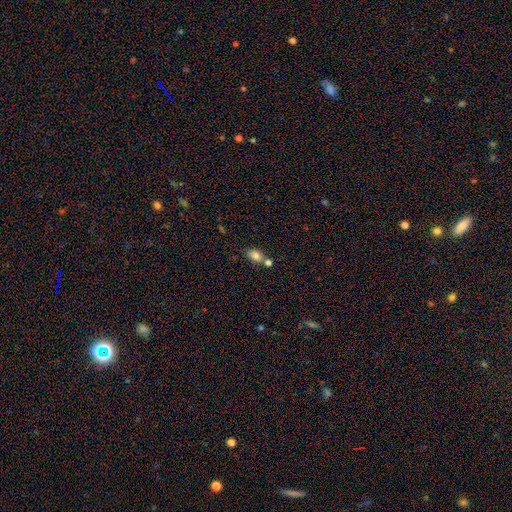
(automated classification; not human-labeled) A smooth galaxy with no disk features (81%) that is in between round and cigar-shaped (80%). Merging: none (52%).